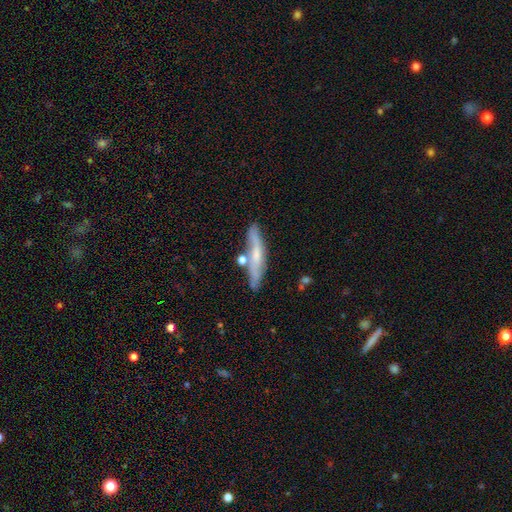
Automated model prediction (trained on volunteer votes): Q: Smooth or featured?
A: featured or disk (49%); runner-up: smooth (44%)
Q: Merging?
A: none (67%); runner-up: minor disturbance (18%)